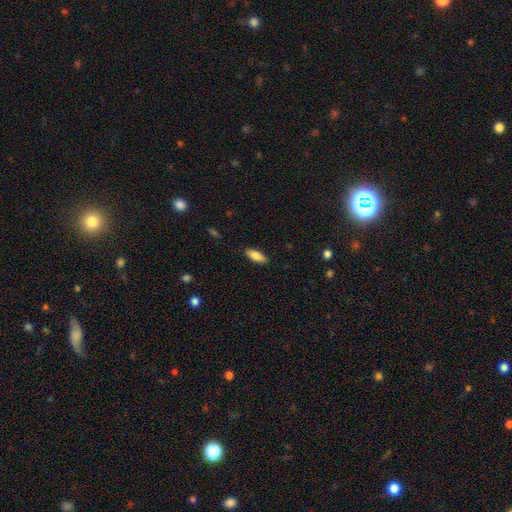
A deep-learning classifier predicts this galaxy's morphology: Q: Smooth or featured?
A: smooth (83%); runner-up: featured or disk (11%)
Q: How rounded?
A: in between (69%); runner-up: cigar-shaped (29%)
Q: Merging?
A: none (87%); runner-up: minor disturbance (10%)